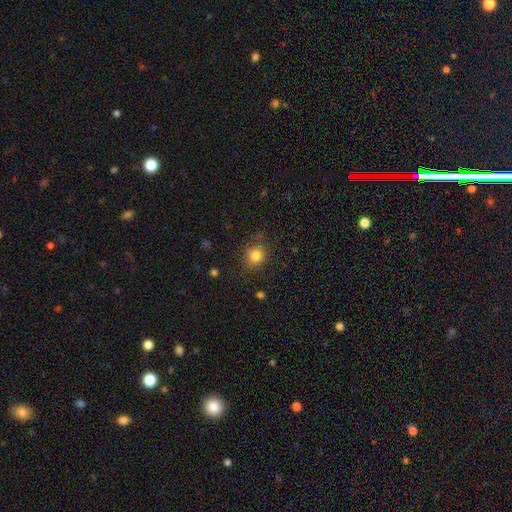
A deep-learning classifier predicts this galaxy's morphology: The model was most divided on "merging": none: 81%, minor disturbance: 14%, major disturbance: 4%, merger: 2%. More confident: how rounded — round (83%); smooth or featured — smooth (82%).